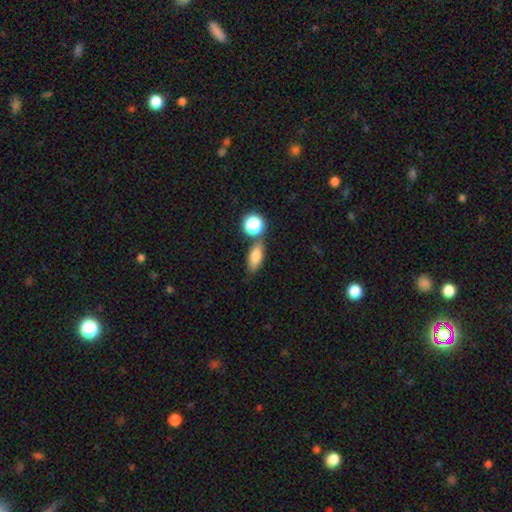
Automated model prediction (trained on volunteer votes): Overall: smooth (78%). How rounded: in between (76%). Merging: none (70%).